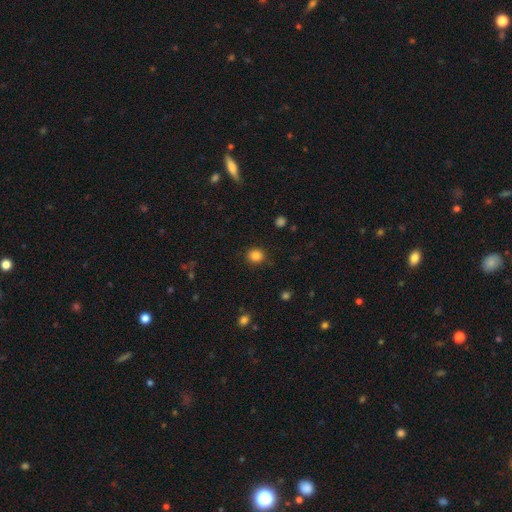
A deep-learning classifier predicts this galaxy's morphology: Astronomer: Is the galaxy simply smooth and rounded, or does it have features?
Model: smooth — 84%.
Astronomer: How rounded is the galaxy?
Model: round — 86%.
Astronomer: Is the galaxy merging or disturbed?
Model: none — 90%.